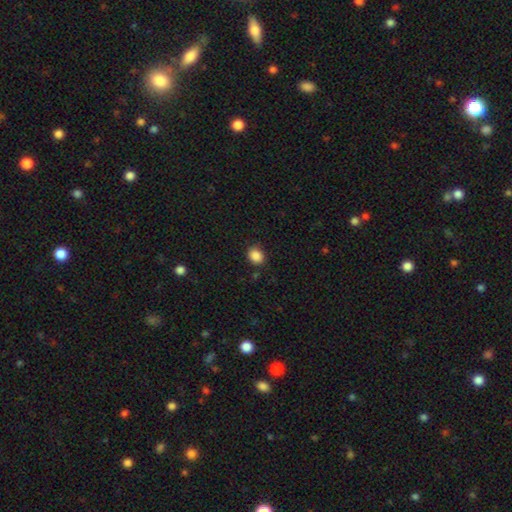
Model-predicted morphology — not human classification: smooth_or_featured: smooth (p=0.88) [alt: star or artifact p=0.09]
how_rounded: round (p=0.57) [alt: in between p=0.42]
merging: none (p=0.84) [alt: minor disturbance p=0.12]